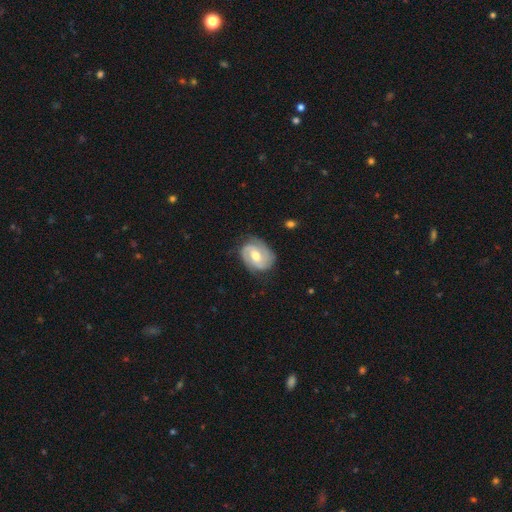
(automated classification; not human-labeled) Smooth or featured? Predicted: featured or disk (p=0.77). Edge-on disk? Predicted: no (p=0.97). Bar? Predicted: weak (p=0.48). Spiral arms? Predicted: yes (p=0.92). Spiral winding? Predicted: tight (p=0.48). Spiral arm count? Predicted: 2 (p=0.76). Bulge size? Predicted: moderate (p=0.74). Merging? Predicted: none (p=0.74).